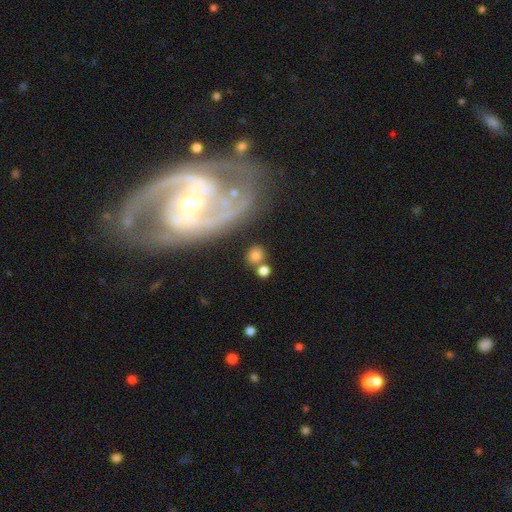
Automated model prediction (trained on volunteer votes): This is likely a smooth galaxy (75%). How rounded: clearly round (84%). Merging: likely none (74%).